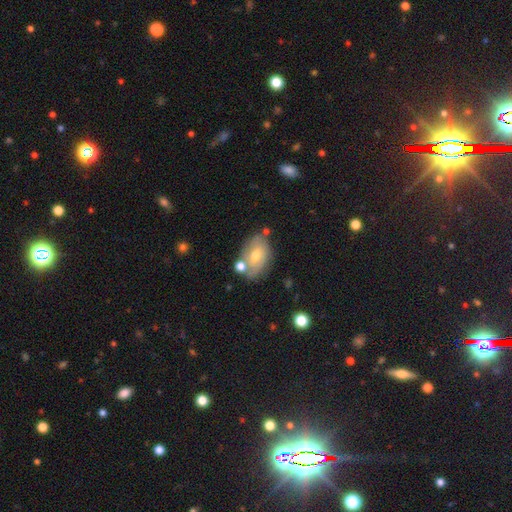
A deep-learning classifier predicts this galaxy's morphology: Smooth or featured? smooth (49%)
Merging? none (60%)